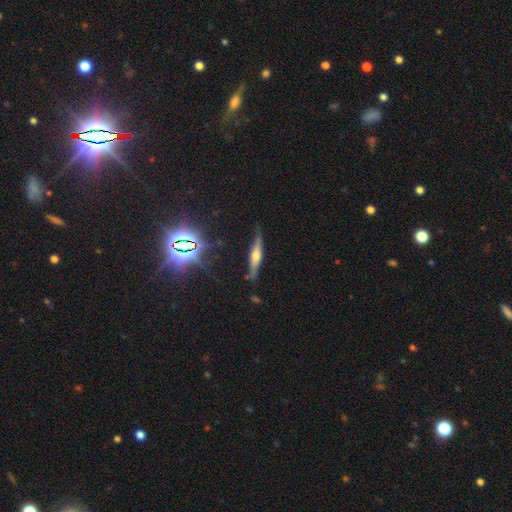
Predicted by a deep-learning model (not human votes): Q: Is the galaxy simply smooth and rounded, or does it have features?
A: featured or disk — 58%.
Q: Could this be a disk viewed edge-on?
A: yes — 94%.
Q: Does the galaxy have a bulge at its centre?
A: rounded — 79%.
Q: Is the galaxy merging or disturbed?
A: none — 79%.